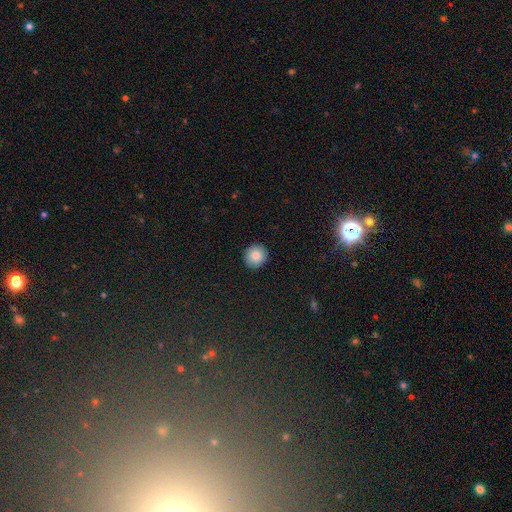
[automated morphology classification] Overall: smooth (83%). How rounded: round (92%). Merging: none (92%).